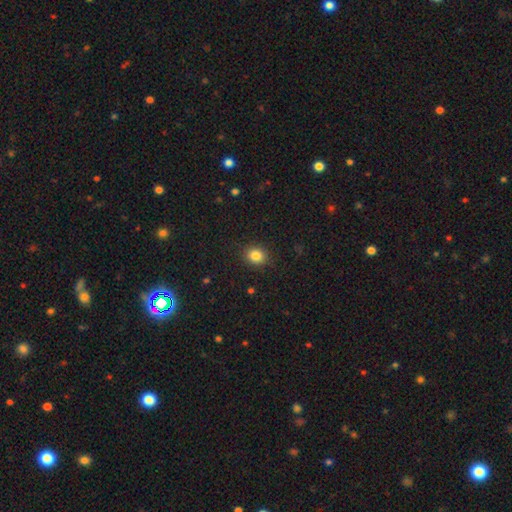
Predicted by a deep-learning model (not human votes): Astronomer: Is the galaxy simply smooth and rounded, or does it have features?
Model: smooth — 84%.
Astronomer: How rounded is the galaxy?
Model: round — 62%.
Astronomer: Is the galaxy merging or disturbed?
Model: none — 89%.